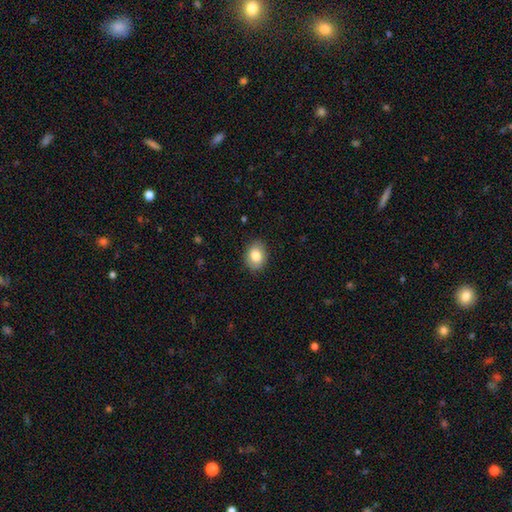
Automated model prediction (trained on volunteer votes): A smooth galaxy with no disk features (83%) that is in between round and cigar-shaped (64%). Merging: none (86%).